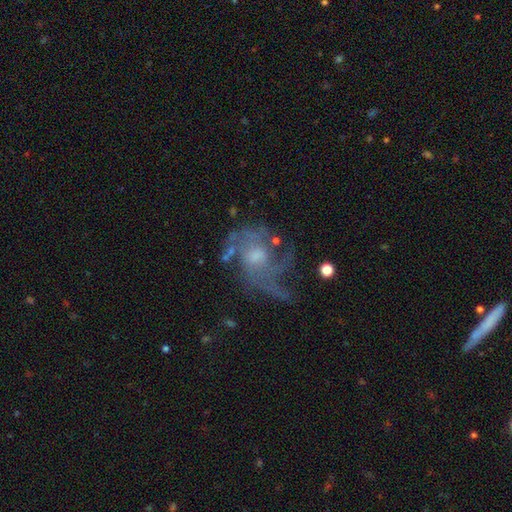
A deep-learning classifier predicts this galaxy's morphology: type=featured or disk (77%); edge-on=no (97%); bar=no (72%); spiral arms=yes (86%); winding=medium (43%); arm count=can't tell (32%); bulge=moderate (56%); merging=none (53%).